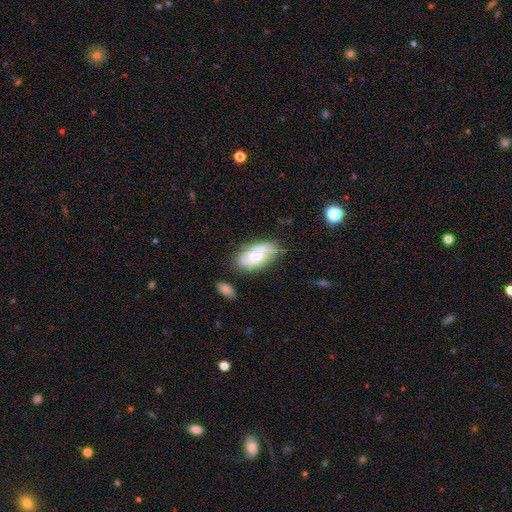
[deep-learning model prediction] Morphology: type=featured or disk (53%); edge-on=no (93%); merging=none (67%).